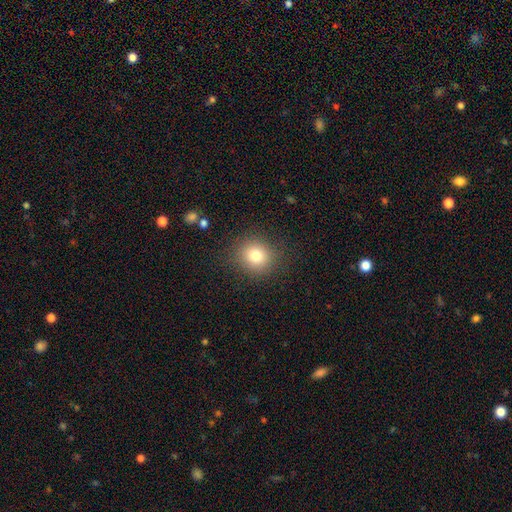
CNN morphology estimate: smooth_or_featured: smooth (p=0.78) [alt: star or artifact p=0.13]
how_rounded: round (p=0.86) [alt: in between p=0.13]
merging: none (p=0.87) [alt: minor disturbance p=0.08]